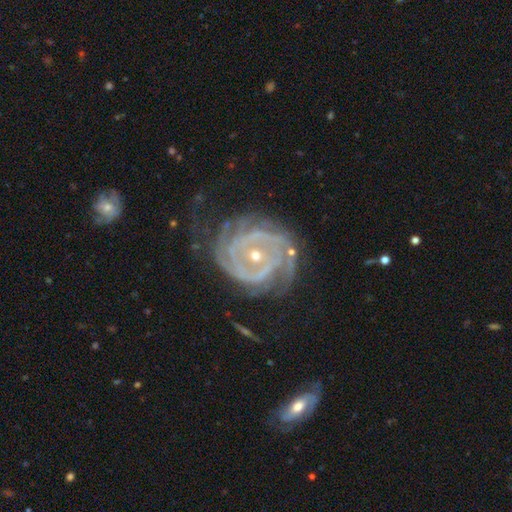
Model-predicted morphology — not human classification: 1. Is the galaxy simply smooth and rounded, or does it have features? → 91% featured or disk, 5% star or artifact, 4% smooth.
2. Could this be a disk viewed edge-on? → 97% no, 3% yes.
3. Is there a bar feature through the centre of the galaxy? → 53% no, 30% weak, 17% strong.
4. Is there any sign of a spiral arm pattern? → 97% yes, 3% no.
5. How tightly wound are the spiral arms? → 72% tight, 23% medium, 5% loose.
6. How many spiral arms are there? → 30% 2, 22% 3, 21% can't tell, 12% 4, 8% more than 4, 6% 1.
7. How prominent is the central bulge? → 63% small, 34% moderate, 1% large, 1% none, 1% dominant.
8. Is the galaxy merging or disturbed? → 58% none, 23% minor disturbance, 16% major disturbance, 2% merger.